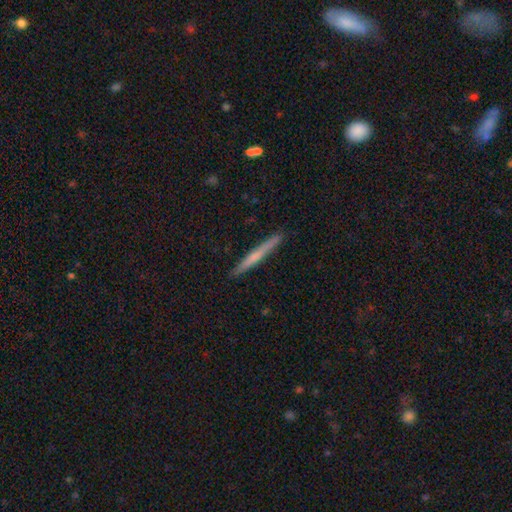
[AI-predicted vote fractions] The model was most divided on "smooth or featured": smooth: 48%, featured or disk: 46%, star or artifact: 6%. More confident: merging — none (92%).